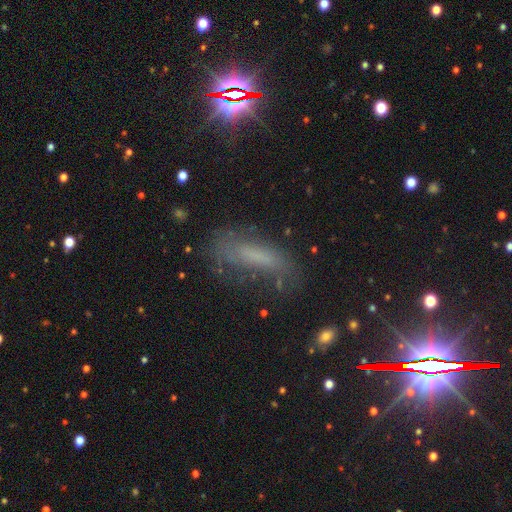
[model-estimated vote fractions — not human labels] A smooth galaxy with no disk features (42%). Merging: none (53%).